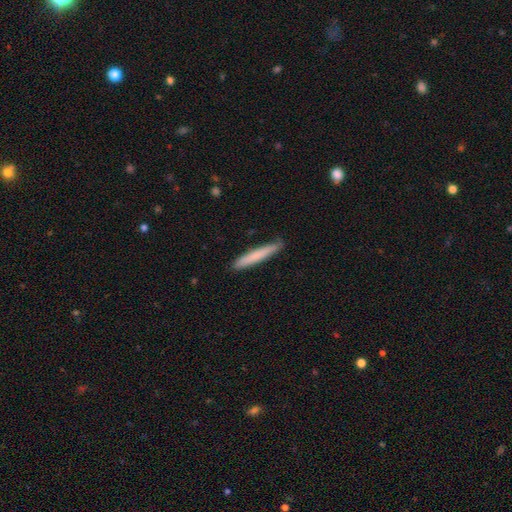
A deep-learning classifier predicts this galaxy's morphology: This appears to be a smooth galaxy with no disk features (75%) that is cigar-shaped (96%). Merging: none (87%).